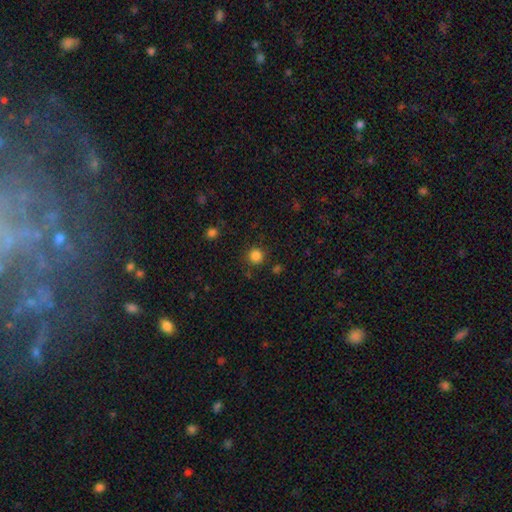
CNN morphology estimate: A smooth galaxy with no disk features (84%) that is round (94%).

Vote fractions:
- Smooth or featured? smooth: 84% / star or artifact: 12% / featured or disk: 4%
- How rounded? round: 94% / in between: 5% / cigar-shaped: 1%
- Merging? none: 87% / minor disturbance: 7% / major disturbance: 3% / merger: 2%